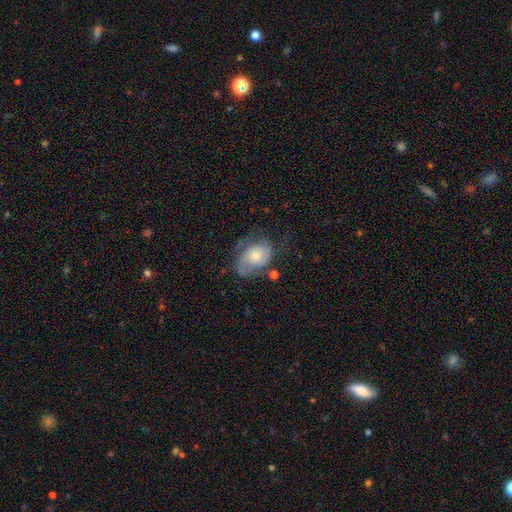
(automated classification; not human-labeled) Smooth or featured: featured or disk — 54% (smooth — 38%)
Edge-on disk: no — 96% (yes — 4%)
Bar: no — 79% (weak — 18%)
Spiral arms: yes — 77% (no — 23%)
Bulge size: small — 44% (tied with moderate — 44%)
Merging: none — 42% (minor disturbance — 28%)